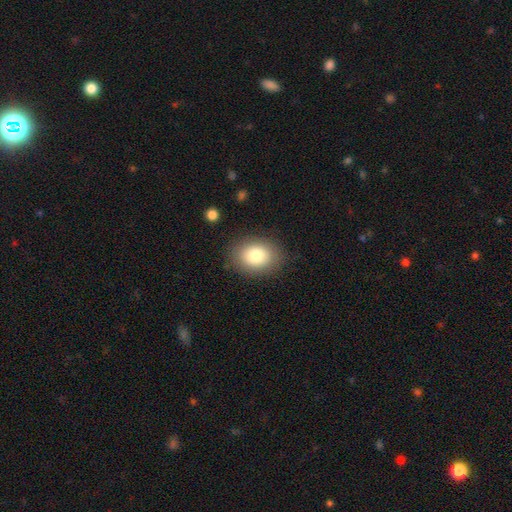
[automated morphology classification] Smooth or featured? smooth (80%)
How rounded? in between (59%)
Merging? none (86%)